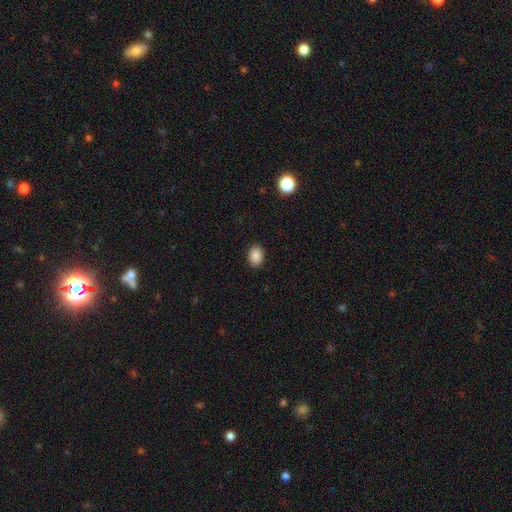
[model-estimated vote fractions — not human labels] Morphology: type=smooth (89%); roundness=in between (78%); merging=none (90%).